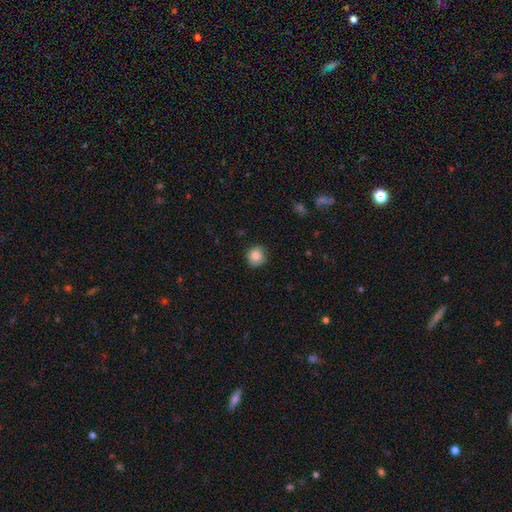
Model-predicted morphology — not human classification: Smooth or featured: smooth — 84% (star or artifact — 9%)
How rounded: round — 90% (in between — 9%)
Merging: none — 82% (minor disturbance — 15%)